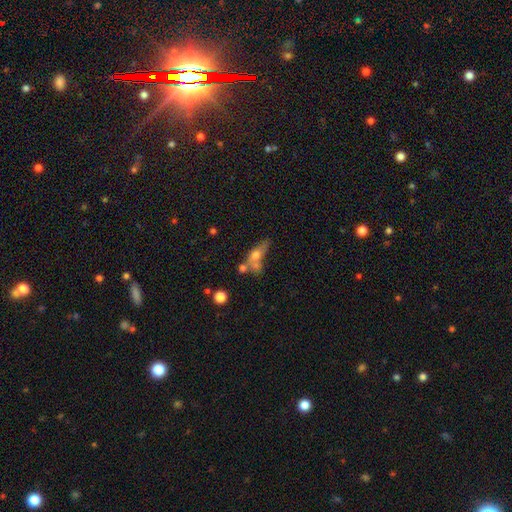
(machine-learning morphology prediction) This appears to be a smooth galaxy with no disk features (54%) that is in between round and cigar-shaped (60%). Merging: merger (42%).